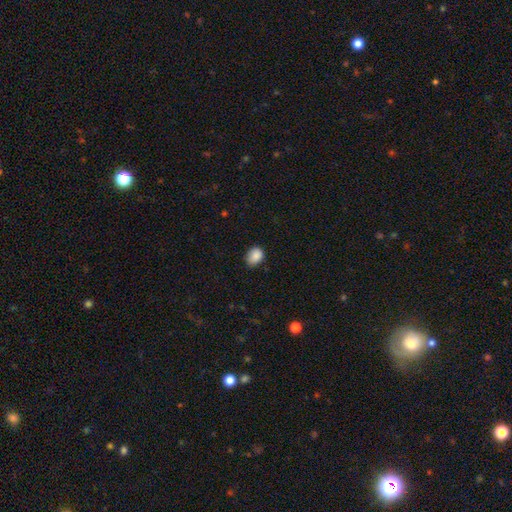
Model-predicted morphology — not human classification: A smooth galaxy with no disk features (88%) that is in between round and cigar-shaped (65%).

Vote fractions:
- Smooth or featured? smooth: 88% / star or artifact: 8% / featured or disk: 4%
- How rounded? in between: 65% / round: 34% / cigar-shaped: 1%
- Merging? none: 73% / minor disturbance: 22% / major disturbance: 3% / merger: 1%